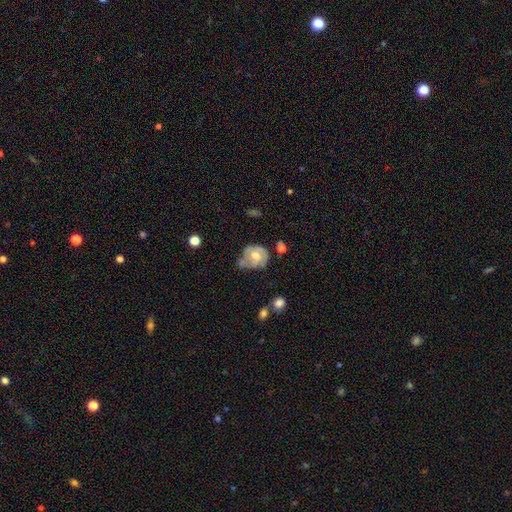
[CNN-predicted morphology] Smooth or featured?
  - featured or disk: 53% *
  - smooth: 39%
  - star or artifact: 7%
Edge-on disk?
  - no: 96% *
  - yes: 4%
Bar?
  - no: 70% *
  - weak: 24%
  - strong: 6%
Spiral arms?
  - no: 51% *
  - yes: 49%
Bulge size?
  - moderate: 70% *
  - small: 14%
  - large: 13%
  - none: 2%
  - dominant: 1%
Merging?
  - minor disturbance: 34% *
  - none: 32%
  - major disturbance: 23%
  - merger: 12%